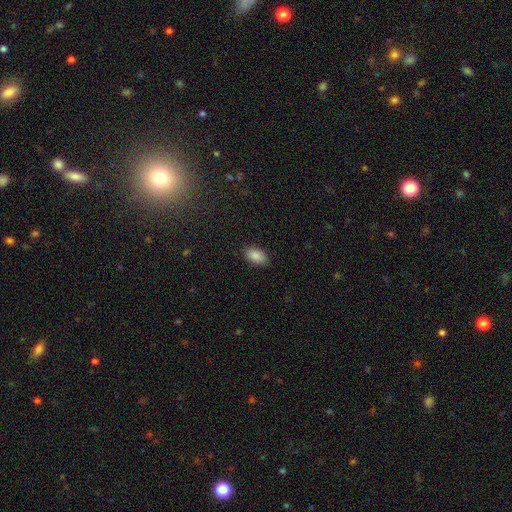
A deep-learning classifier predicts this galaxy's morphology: Smooth or featured? smooth (88%)
How rounded? in between (92%)
Merging? none (88%)